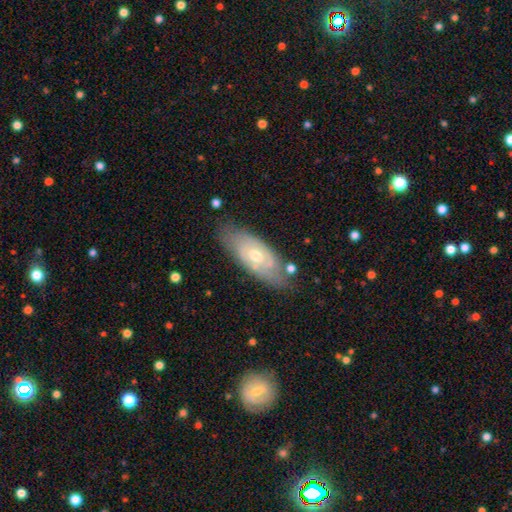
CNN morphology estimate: smooth_or_featured: featured or disk (p=0.66) [alt: smooth p=0.28]
disk_edge_on: no (p=0.84) [alt: yes p=0.16]
bar: no (p=0.70) [alt: weak p=0.26]
has_spiral_arms: yes (p=0.60) [alt: no p=0.40]
bulge_size: moderate (p=0.68) [alt: small p=0.25]
merging: none (p=0.73) [alt: minor disturbance p=0.19]